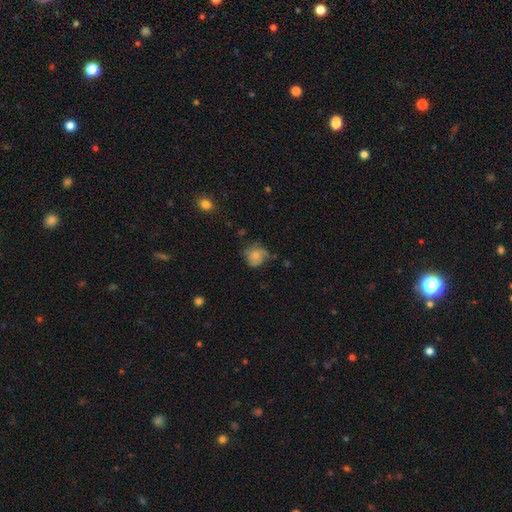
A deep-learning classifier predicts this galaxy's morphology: Smooth or featured? smooth (61%)
How rounded? round (74%)
Merging? none (53%)